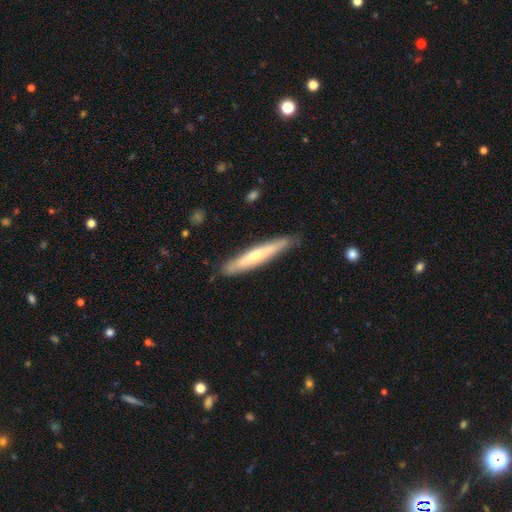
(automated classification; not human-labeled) This is possibly a smooth galaxy (48%). Merging: clearly none (83%).